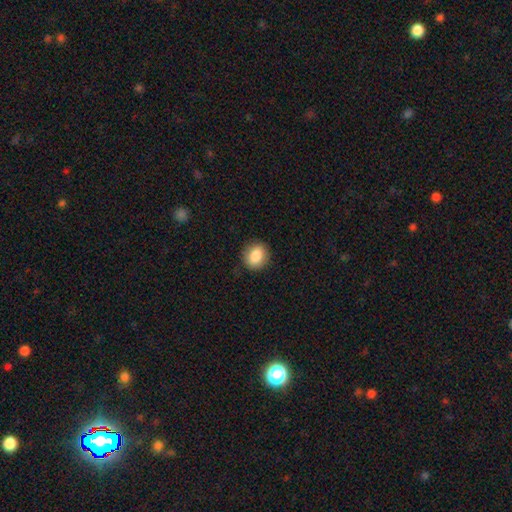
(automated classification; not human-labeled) Smooth or featured: smooth — 86% (star or artifact — 8%)
How rounded: round — 64% (in between — 35%)
Merging: none — 87% (minor disturbance — 10%)